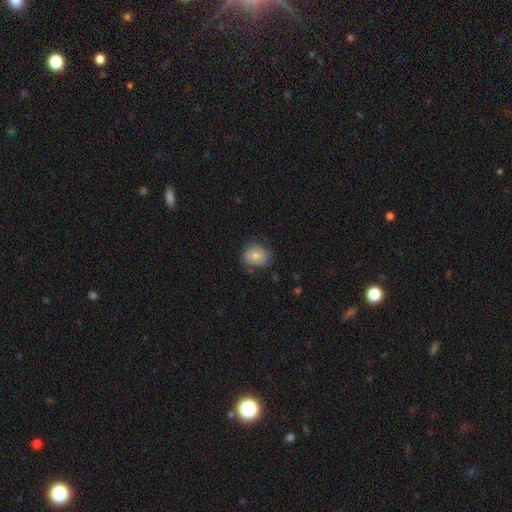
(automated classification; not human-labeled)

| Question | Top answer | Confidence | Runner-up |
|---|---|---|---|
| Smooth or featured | smooth | 75% | featured or disk (17%) |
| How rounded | round | 62% | in between (37%) |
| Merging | none | 70% | minor disturbance (23%) |